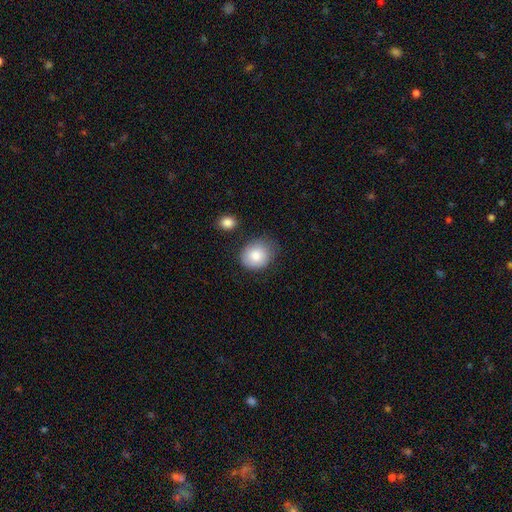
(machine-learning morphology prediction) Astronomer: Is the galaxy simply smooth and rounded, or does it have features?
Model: smooth — 84%.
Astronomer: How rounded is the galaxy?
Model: round — 59% (runner-up: in between, 40%).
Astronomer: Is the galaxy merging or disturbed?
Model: none — 69%.